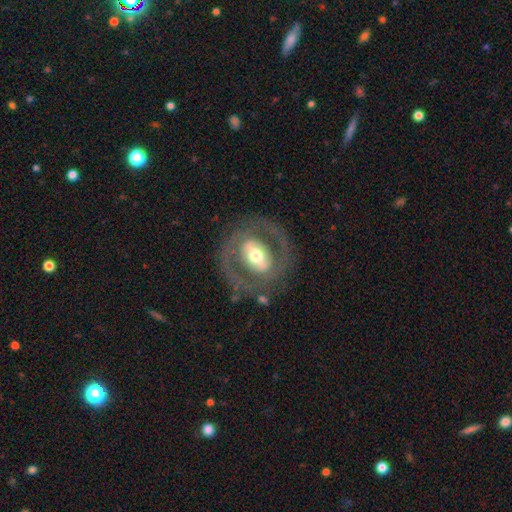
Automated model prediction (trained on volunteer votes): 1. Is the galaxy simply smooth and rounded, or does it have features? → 70% featured or disk, 24% smooth, 6% star or artifact.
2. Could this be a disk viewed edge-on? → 93% no, 7% yes.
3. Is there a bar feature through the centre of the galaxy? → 42% strong, 29% weak, 29% no.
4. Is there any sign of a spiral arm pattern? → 62% no, 38% yes.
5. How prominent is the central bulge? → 63% moderate, 19% large, 14% small, 2% dominant, 1% none.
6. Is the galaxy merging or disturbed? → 74% none, 12% major disturbance, 12% minor disturbance, 2% merger.